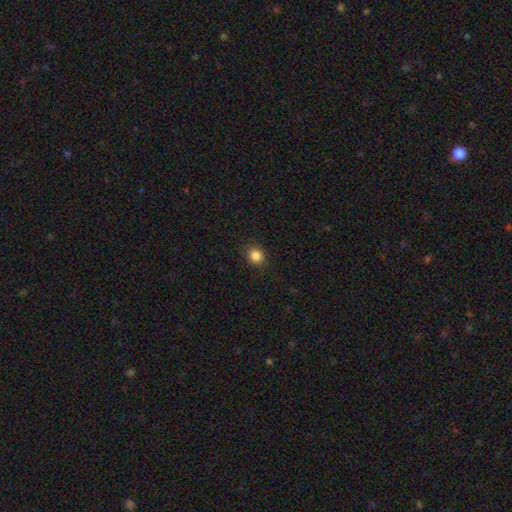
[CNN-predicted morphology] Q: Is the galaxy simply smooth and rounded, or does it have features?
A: smooth — 85%.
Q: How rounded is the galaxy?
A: round — 79%.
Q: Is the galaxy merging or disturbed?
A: none — 89%.